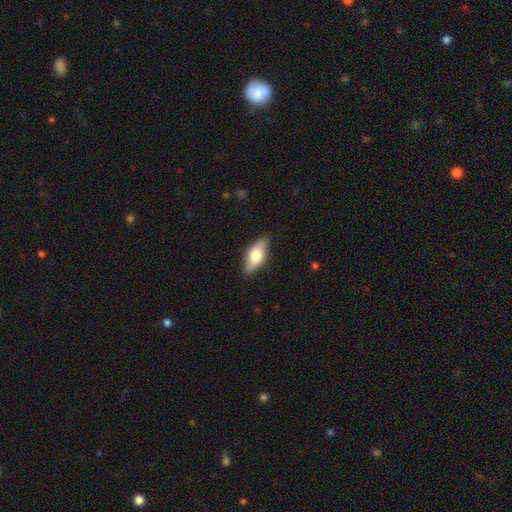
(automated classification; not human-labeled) This appears to be a smooth galaxy with no disk features (61%) that is in between round and cigar-shaped (78%). Merging: none (86%).